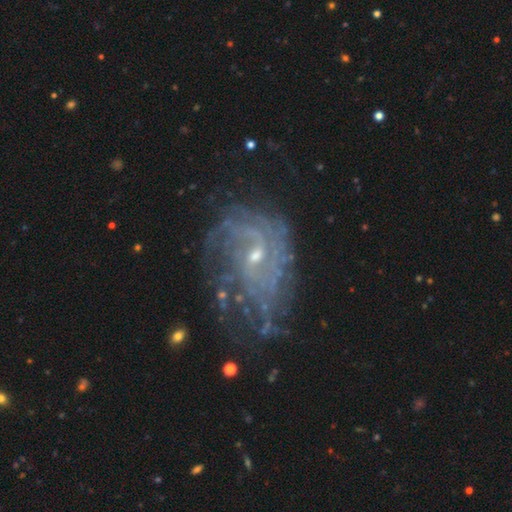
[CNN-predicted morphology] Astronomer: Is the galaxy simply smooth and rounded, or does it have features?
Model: featured or disk — 76%.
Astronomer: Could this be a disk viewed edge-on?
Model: no — 97%.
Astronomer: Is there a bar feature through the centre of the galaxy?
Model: no — 56% (runner-up: weak, 36%).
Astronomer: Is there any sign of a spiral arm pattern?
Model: yes — 79%.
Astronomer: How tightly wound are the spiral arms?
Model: tight — 49% (runner-up: medium, 32%).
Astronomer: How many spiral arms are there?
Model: can't tell — 54%.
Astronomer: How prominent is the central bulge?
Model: small — 71%.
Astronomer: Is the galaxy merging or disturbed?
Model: none — 50%.